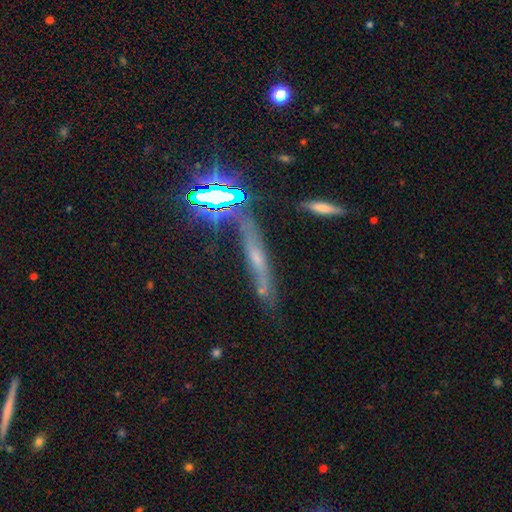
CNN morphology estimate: The model was most divided on "smooth or featured": featured or disk: 50%, star or artifact: 27%, smooth: 22%. More confident: edge-on disk — yes (83%); merging — none (69%).